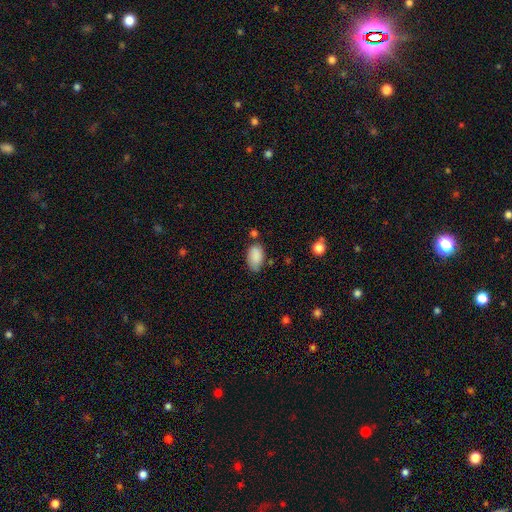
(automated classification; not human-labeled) This is clearly a smooth galaxy (87%). How rounded: clearly in between (93%). Merging: likely none (62%).